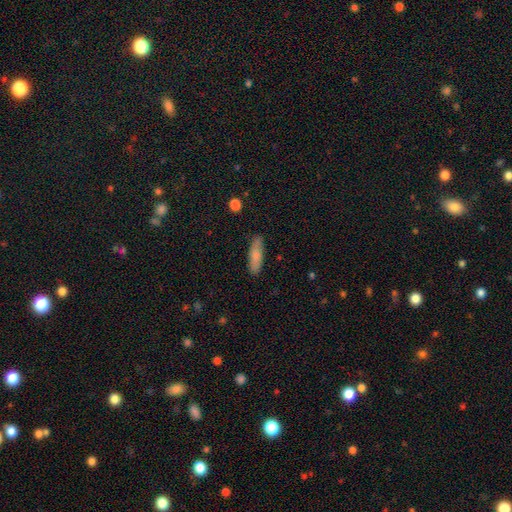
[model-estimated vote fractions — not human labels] Smooth or featured? smooth (80%)
How rounded? cigar-shaped (60%)
Merging? none (86%)